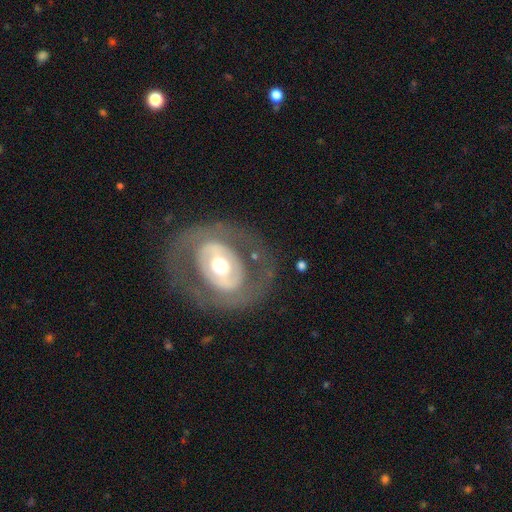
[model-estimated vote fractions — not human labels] Q: Smooth or featured?
A: featured or disk (69%); runner-up: smooth (25%)
Q: Edge-on disk?
A: no (95%); runner-up: yes (5%)
Q: Bar?
A: no (50%); runner-up: weak (27%)
Q: Spiral arms?
A: no (70%); runner-up: yes (30%)
Q: Bulge size?
A: moderate (67%); runner-up: large (20%)
Q: Merging?
A: none (75%); runner-up: minor disturbance (12%)